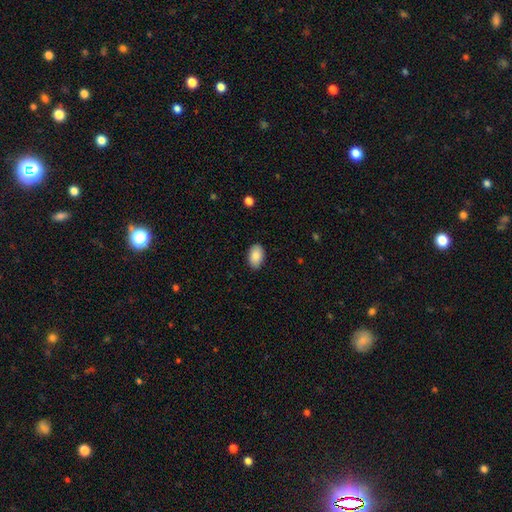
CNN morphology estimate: smooth-or-featured: smooth: 88% | star or artifact: 7% | featured or disk: 6%
  how-rounded: in between: 91% | round: 8% | cigar-shaped: 1%
  merging: none: 87% | minor disturbance: 10% | major disturbance: 2% | merger: 1%